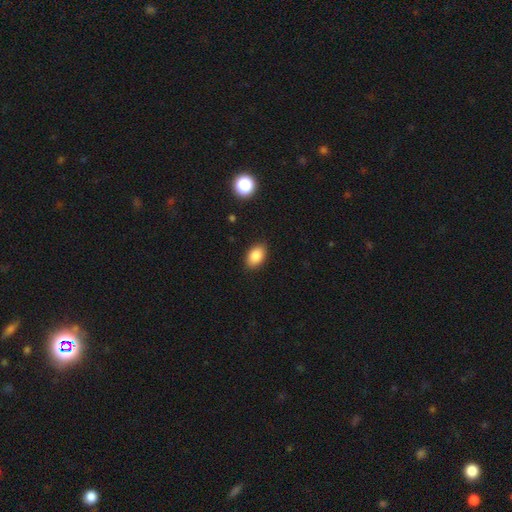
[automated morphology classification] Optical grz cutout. It shows a smooth galaxy with no disk features (86%) that is in between round and cigar-shaped (87%). Merging: none (87%).